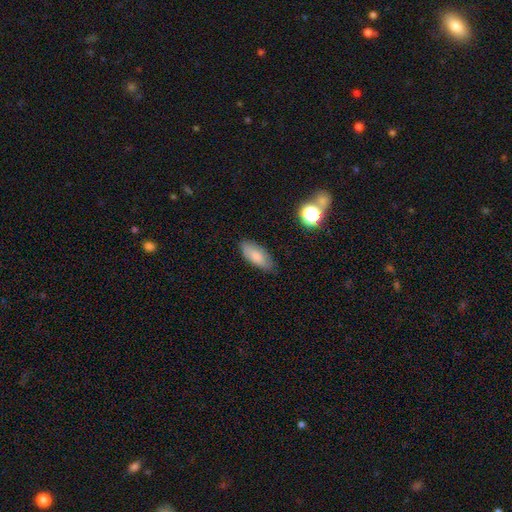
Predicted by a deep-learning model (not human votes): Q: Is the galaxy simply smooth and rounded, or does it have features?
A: smooth — 80%.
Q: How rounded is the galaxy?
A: in between — 81%.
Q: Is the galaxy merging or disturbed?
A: none — 81%.